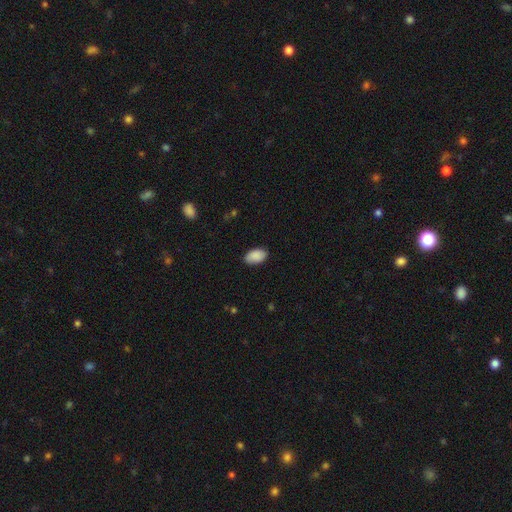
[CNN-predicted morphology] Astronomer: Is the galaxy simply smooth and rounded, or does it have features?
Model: smooth — 90%.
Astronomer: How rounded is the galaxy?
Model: in between — 94%.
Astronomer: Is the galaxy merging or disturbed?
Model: none — 86%.